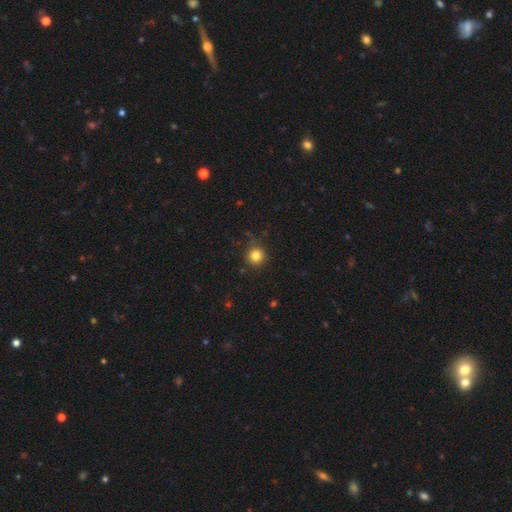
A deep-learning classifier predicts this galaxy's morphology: A smooth galaxy with no disk features (83%) that is round (94%).

Vote fractions:
- Smooth or featured? smooth: 83% / star or artifact: 12% / featured or disk: 5%
- How rounded? round: 94% / in between: 5% / cigar-shaped: 1%
- Merging? none: 85% / minor disturbance: 10% / major disturbance: 3% / merger: 2%